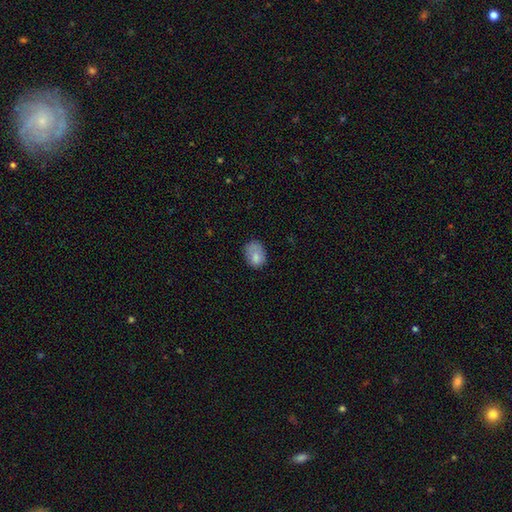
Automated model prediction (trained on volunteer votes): Q: Smooth or featured?
A: smooth (79%); runner-up: featured or disk (12%)
Q: How rounded?
A: in between (66%); runner-up: round (33%)
Q: Merging?
A: none (54%); runner-up: minor disturbance (30%)